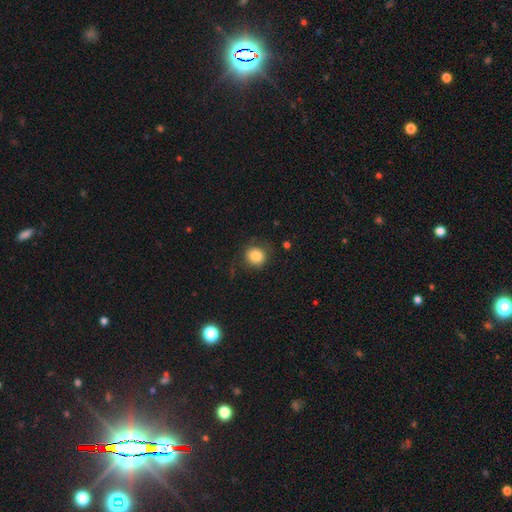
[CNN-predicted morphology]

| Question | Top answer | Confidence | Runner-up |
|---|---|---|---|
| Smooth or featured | smooth | 84% | star or artifact (10%) |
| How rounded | round | 85% | in between (14%) |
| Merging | none | 77% | minor disturbance (15%) |